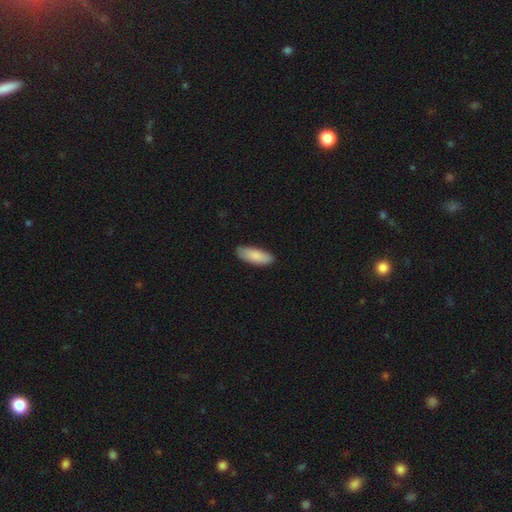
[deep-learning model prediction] This appears to be a smooth galaxy with no disk features (88%) that is in between round and cigar-shaped (75%). Merging: none (86%).